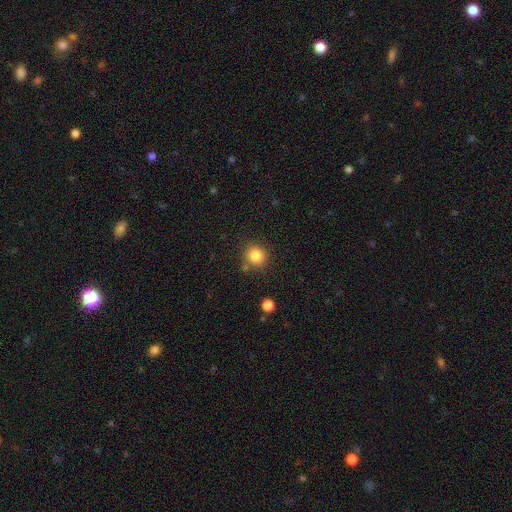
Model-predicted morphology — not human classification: type=smooth (83%); roundness=round (89%); merging=none (79%).